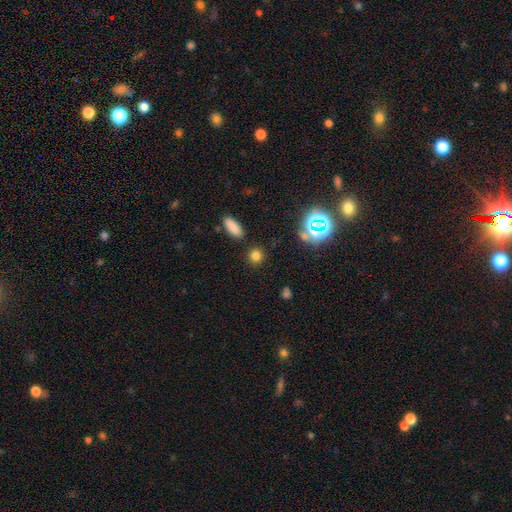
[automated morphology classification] Smooth or featured: smooth — 75% (star or artifact — 20%)
How rounded: round — 82% (in between — 16%)
Merging: none — 87% (minor disturbance — 7%)